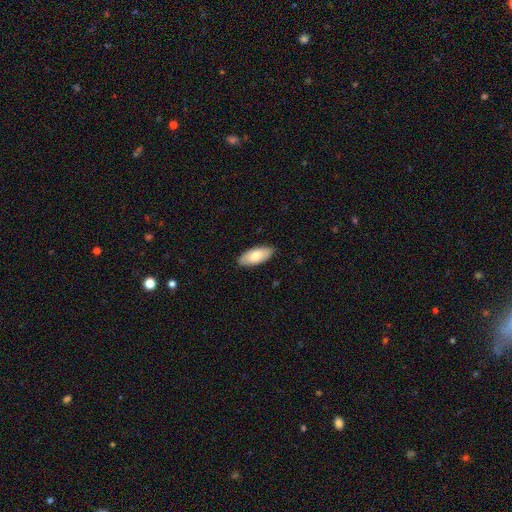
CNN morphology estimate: Smooth or featured?
  - smooth: 78% *
  - featured or disk: 16%
  - star or artifact: 6%
How rounded?
  - in between: 89% *
  - cigar-shaped: 9%
  - round: 2%
Merging?
  - none: 88% *
  - minor disturbance: 10%
  - major disturbance: 2%
  - merger: 1%